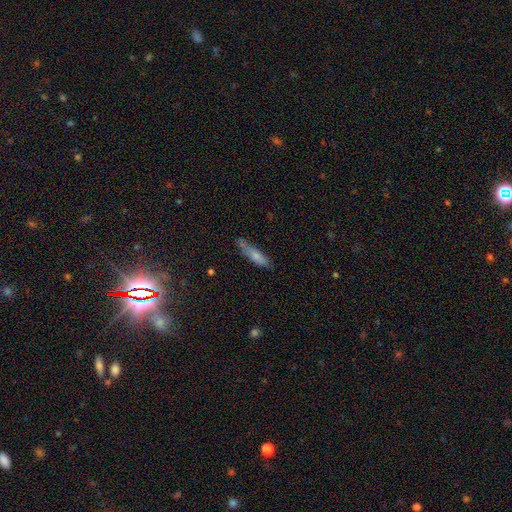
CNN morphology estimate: smooth_or_featured: smooth (p=0.73) [alt: featured or disk p=0.20]
how_rounded: cigar-shaped (p=0.70) [alt: in between p=0.29]
merging: none (p=0.62) [alt: minor disturbance p=0.26]